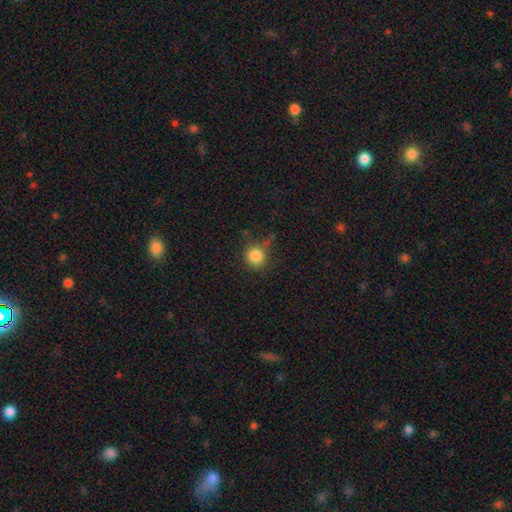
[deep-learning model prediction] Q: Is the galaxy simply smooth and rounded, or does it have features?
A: smooth — 84%.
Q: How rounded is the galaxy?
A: round — 93%.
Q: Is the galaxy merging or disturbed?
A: none — 74%.